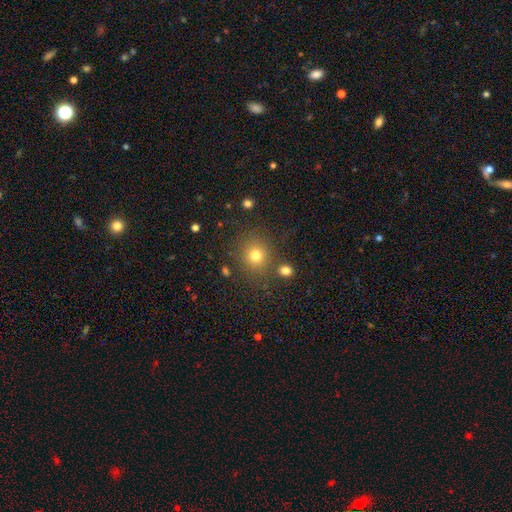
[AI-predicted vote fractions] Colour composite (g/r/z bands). It shows a smooth galaxy with no disk features (76%) that is round (86%). Merging: none (80%).